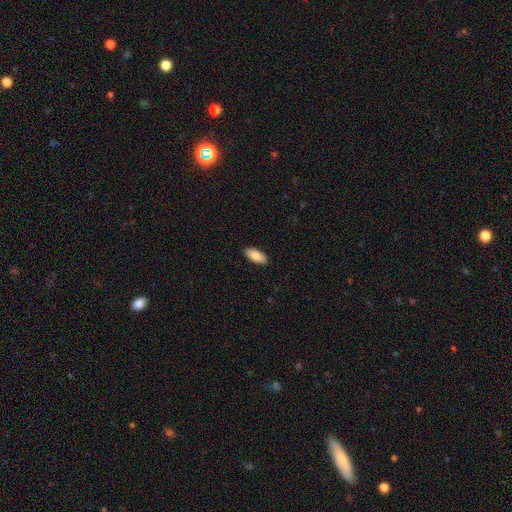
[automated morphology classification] Smooth or featured?
  - smooth: 87% *
  - featured or disk: 7%
  - star or artifact: 6%
How rounded?
  - in between: 88% *
  - cigar-shaped: 10%
  - round: 2%
Merging?
  - none: 90% *
  - minor disturbance: 7%
  - major disturbance: 2%
  - merger: 1%